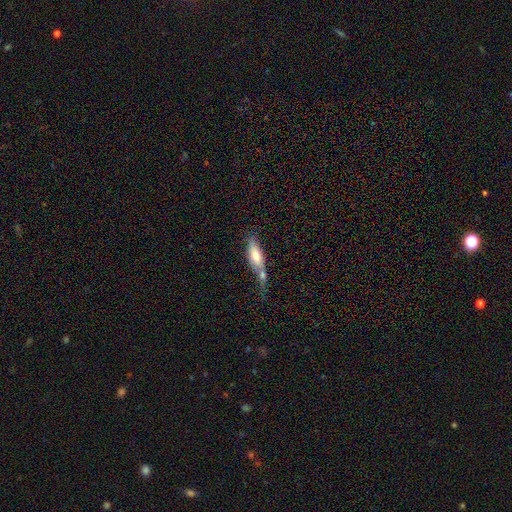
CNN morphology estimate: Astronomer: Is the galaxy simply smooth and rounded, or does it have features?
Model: smooth — 63%.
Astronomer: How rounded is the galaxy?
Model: in between — 55% (runner-up: cigar-shaped, 43%).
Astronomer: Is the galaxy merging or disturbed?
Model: merger — 41% (runner-up: none, 30%).